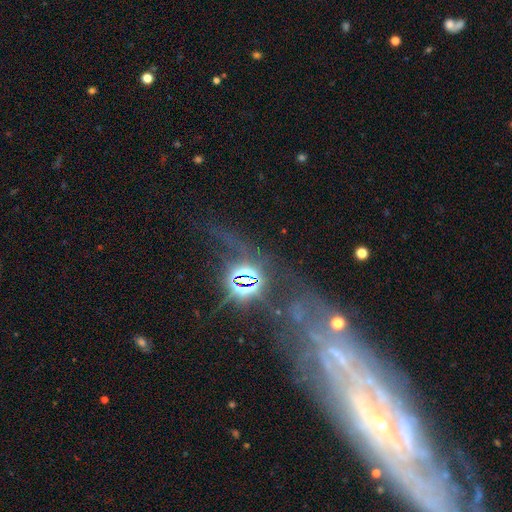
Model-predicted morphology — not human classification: featured or disk 57%, star or artifact 26%, smooth 17%. Down the decision tree: edge-on disk — no (77%); merging — none (52%).